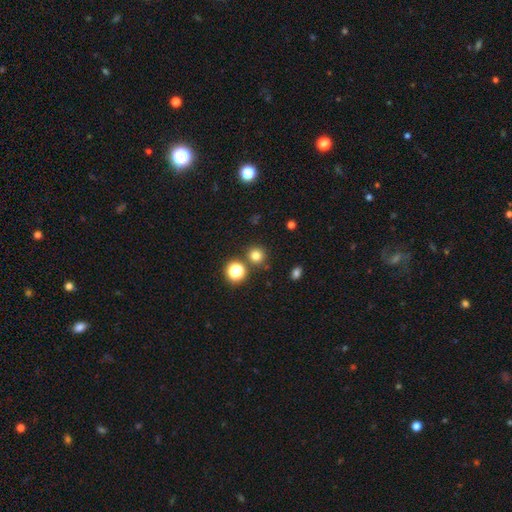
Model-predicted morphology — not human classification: smooth_or_featured: smooth (p=0.76) [alt: star or artifact p=0.19]
how_rounded: round (p=0.92) [alt: in between p=0.07]
merging: none (p=0.83) [alt: merger p=0.07]